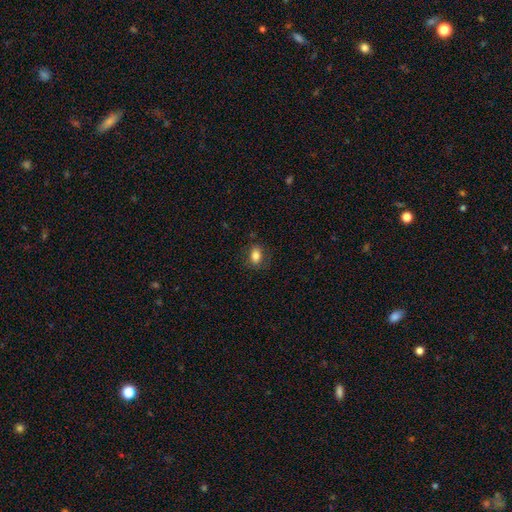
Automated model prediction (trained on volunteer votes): Smooth or featured: smooth — 82% (star or artifact — 9%)
How rounded: in between — 78% (round — 20%)
Merging: none — 80% (minor disturbance — 14%)